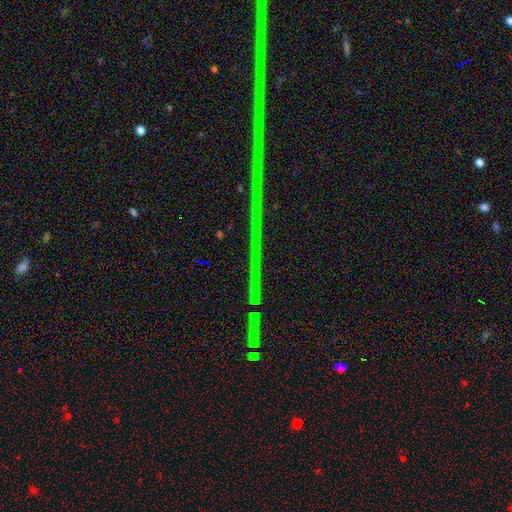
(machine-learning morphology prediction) Smooth or featured? Predicted: star or artifact (p=0.88).